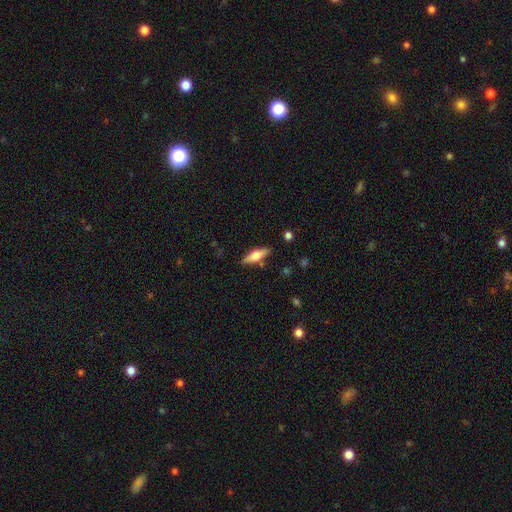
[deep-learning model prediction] A smooth galaxy with no disk features (50%).

Vote fractions:
- Smooth or featured? smooth: 50% / featured or disk: 44% / star or artifact: 6%
- Merging? none: 84% / minor disturbance: 11% / merger: 3% / major disturbance: 2%